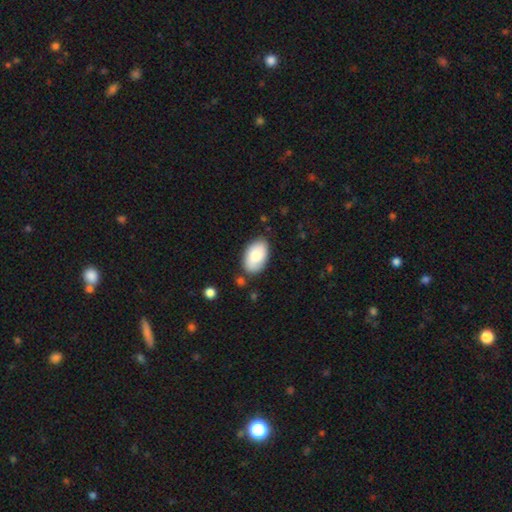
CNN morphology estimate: Smooth or featured? smooth (81%)
How rounded? in between (94%)
Merging? none (78%)